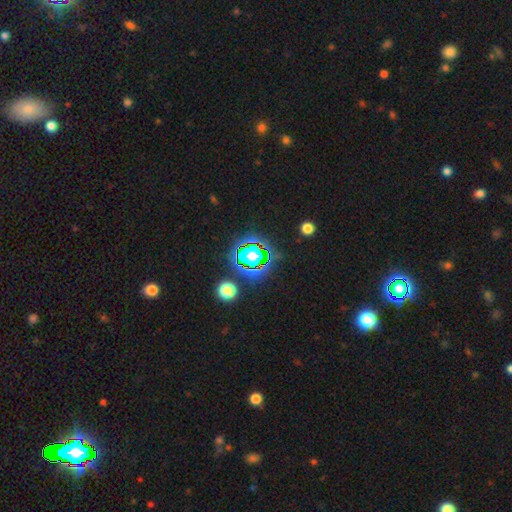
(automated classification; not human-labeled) smooth_or_featured: star or artifact (p=0.77) [alt: smooth p=0.14]